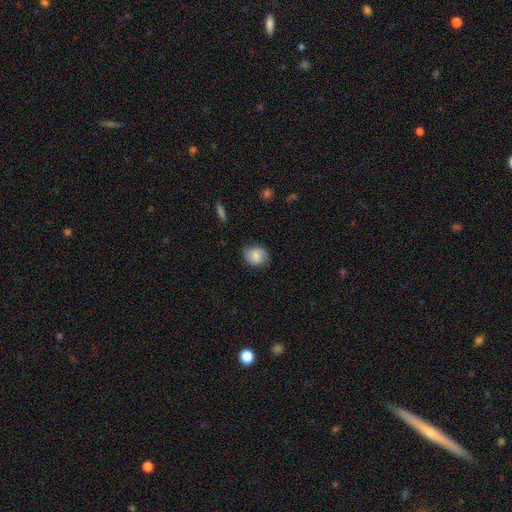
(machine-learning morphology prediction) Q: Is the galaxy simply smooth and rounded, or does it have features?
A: smooth — 76%.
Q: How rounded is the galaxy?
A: round — 67%.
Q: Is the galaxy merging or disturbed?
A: none — 75%.